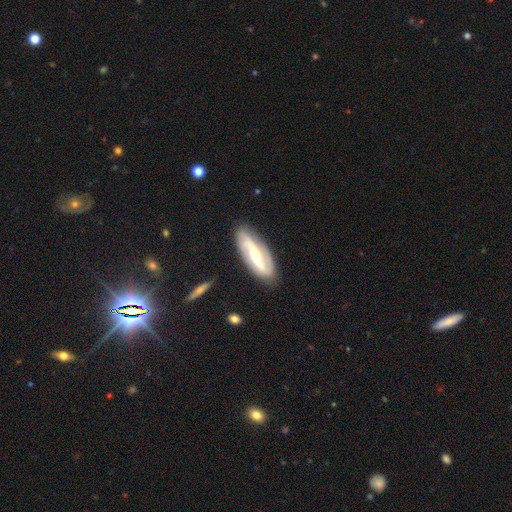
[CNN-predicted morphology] Q: Smooth or featured?
A: featured or disk (80%); runner-up: smooth (16%)
Q: Edge-on disk?
A: no (89%); runner-up: yes (11%)
Q: Bar?
A: strong (53%); runner-up: weak (30%)
Q: Spiral arms?
A: yes (91%); runner-up: no (9%)
Q: Spiral winding?
A: loose (47%); runner-up: medium (35%)
Q: Spiral arm count?
A: 2 (89%); runner-up: can't tell (5%)
Q: Bulge size?
A: moderate (54%); runner-up: small (38%)
Q: Merging?
A: none (84%); runner-up: minor disturbance (11%)